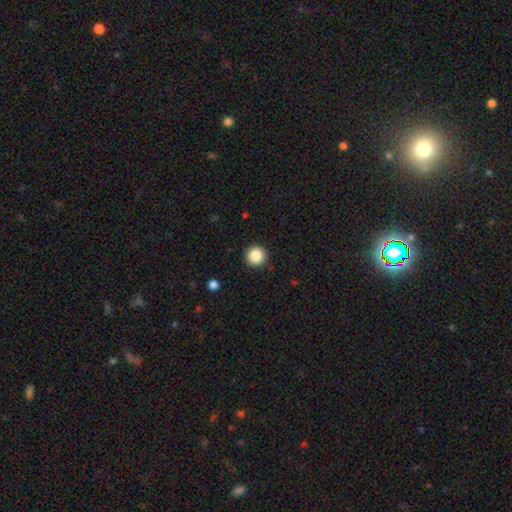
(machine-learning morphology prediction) smooth_or_featured: smooth (p=0.87) [alt: star or artifact p=0.09]
how_rounded: round (p=0.96) [alt: in between p=0.03]
merging: none (p=0.92) [alt: minor disturbance p=0.05]